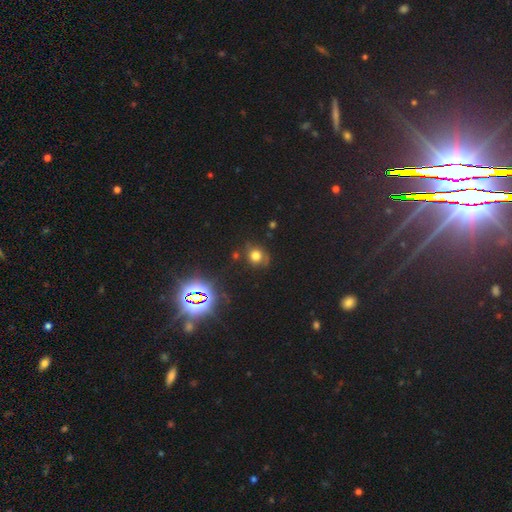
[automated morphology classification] A smooth galaxy with no disk features (64%) that is round (82%).

Vote fractions:
- Smooth or featured? smooth: 64% / star or artifact: 23% / featured or disk: 13%
- How rounded? round: 82% / in between: 17% / cigar-shaped: 1%
- Merging? none: 67% / minor disturbance: 20% / major disturbance: 9% / merger: 4%